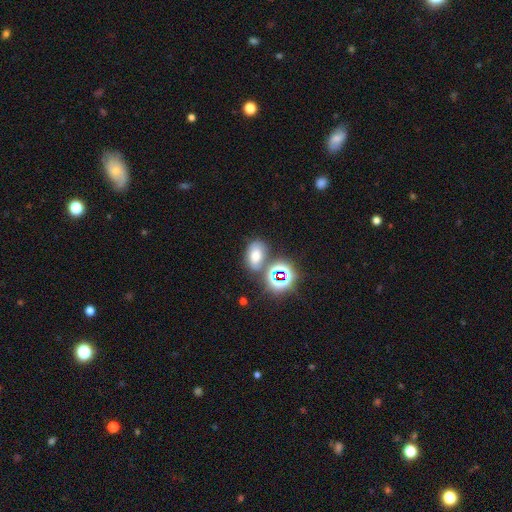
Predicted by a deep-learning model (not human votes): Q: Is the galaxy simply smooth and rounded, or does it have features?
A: smooth — 57%.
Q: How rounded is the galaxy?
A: in between — 75%.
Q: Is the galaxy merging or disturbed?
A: none — 61%.